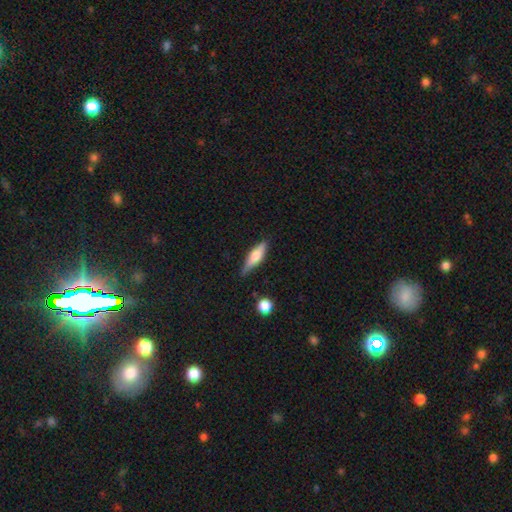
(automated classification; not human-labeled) Q: Smooth or featured?
A: smooth (55%); runner-up: featured or disk (39%)
Q: How rounded?
A: cigar-shaped (57%); runner-up: in between (41%)
Q: Merging?
A: none (73%); runner-up: minor disturbance (20%)